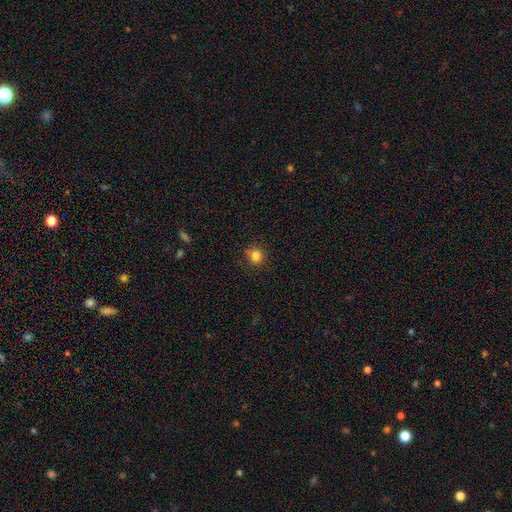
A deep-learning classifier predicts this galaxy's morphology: Smooth or featured? smooth (83%)
How rounded? round (86%)
Merging? none (84%)